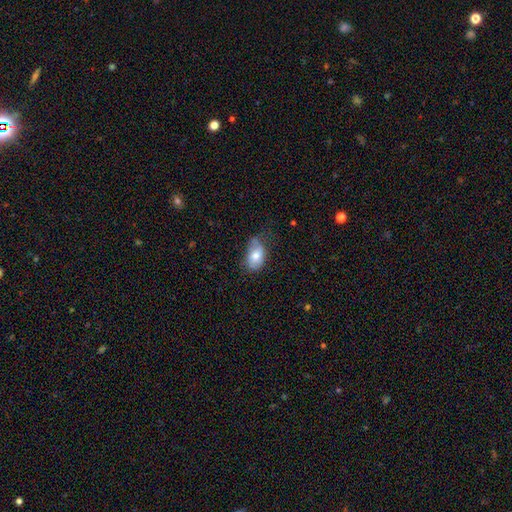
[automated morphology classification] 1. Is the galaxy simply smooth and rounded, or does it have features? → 72% smooth, 21% featured or disk, 7% star or artifact.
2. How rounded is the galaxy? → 89% in between, 9% round, 2% cigar-shaped.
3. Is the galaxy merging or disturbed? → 41% minor disturbance, 40% none, 17% major disturbance, 3% merger.